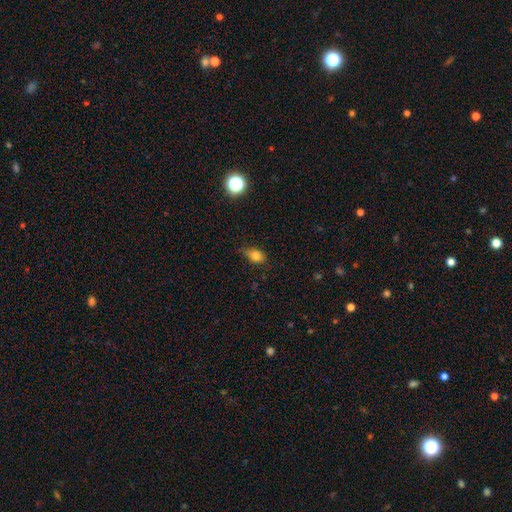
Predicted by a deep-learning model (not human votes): The model was most divided on "merging": none: 61%, minor disturbance: 30%, major disturbance: 7%, merger: 2%. More confident: smooth or featured — smooth (80%); how rounded — in between (65%).